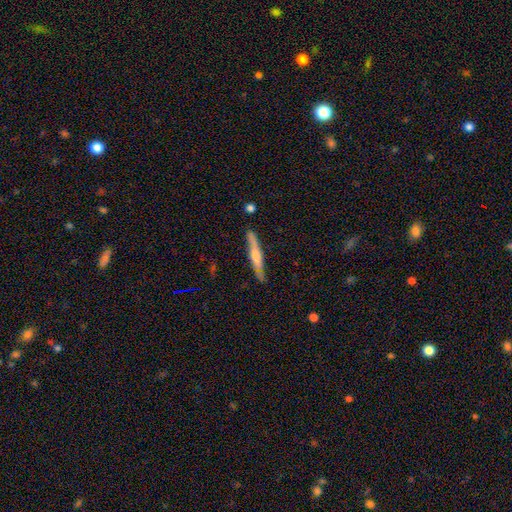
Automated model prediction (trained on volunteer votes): Overall: featured or disk (51%; smooth 43%). Edge-on disk: yes (91%). Merging: none (79%).